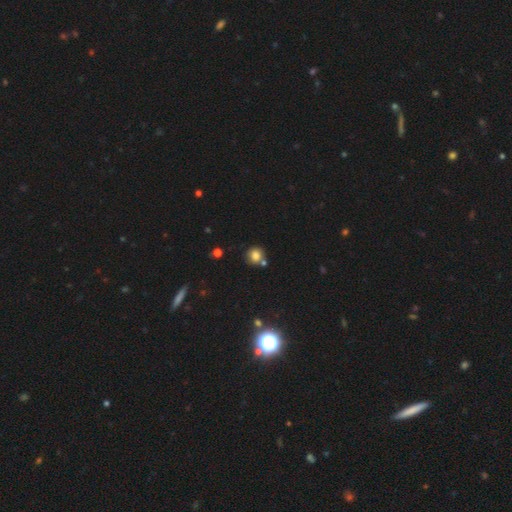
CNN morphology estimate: The model was most divided on "merging": none: 67%, merger: 18%, minor disturbance: 11%, major disturbance: 3%. More confident: how rounded — round (88%); smooth or featured — smooth (81%).